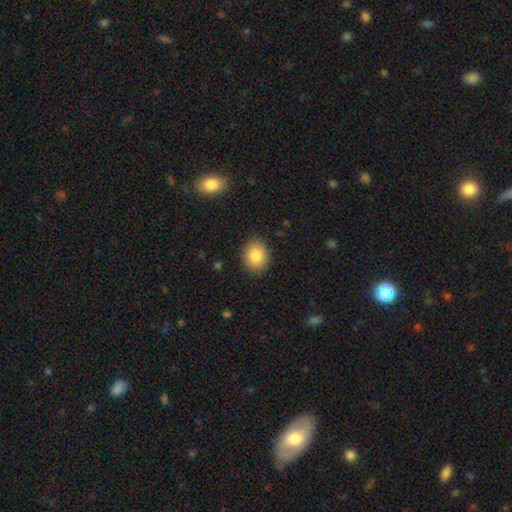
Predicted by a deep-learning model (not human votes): A smooth galaxy with no disk features (84%) that is round (66%). Merging: none (89%).